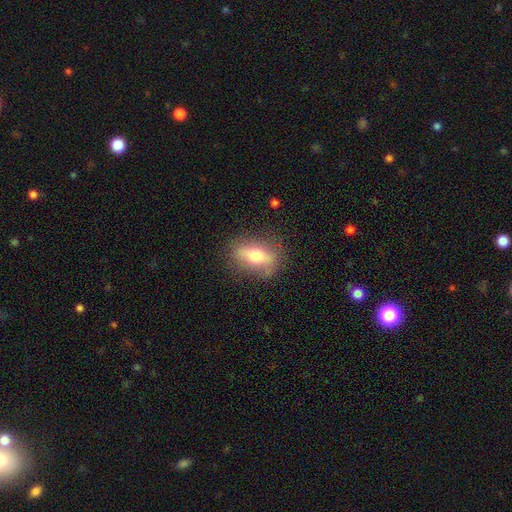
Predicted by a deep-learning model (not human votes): Smooth or featured?
  - smooth: 51% *
  - featured or disk: 41%
  - star or artifact: 8%
How rounded?
  - in between: 68% *
  - cigar-shaped: 20%
  - round: 13%
Merging?
  - none: 80% *
  - minor disturbance: 14%
  - major disturbance: 5%
  - merger: 1%